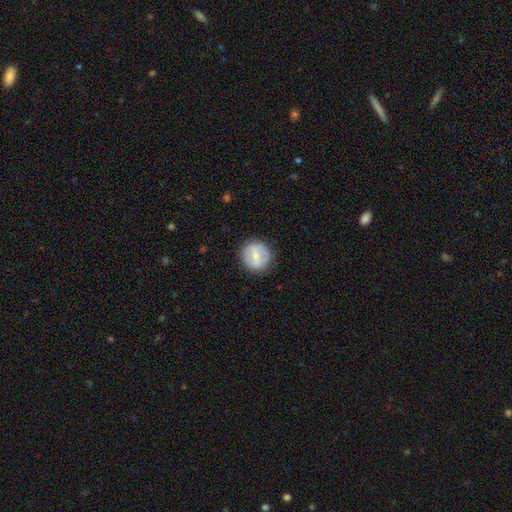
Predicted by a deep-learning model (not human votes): A smooth galaxy with no disk features (53%) that is round (90%). Merging: none (86%).